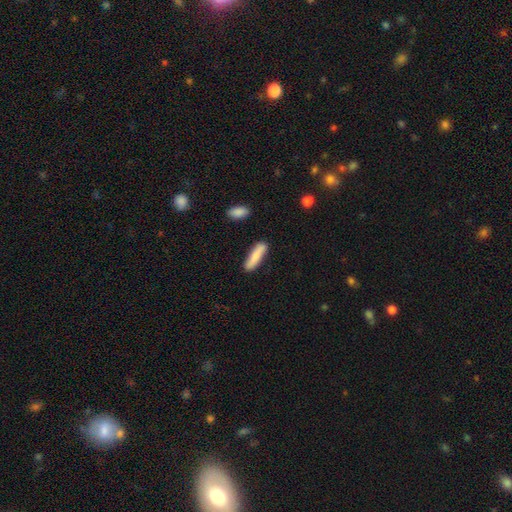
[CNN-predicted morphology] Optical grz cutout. It shows a smooth galaxy with no disk features (78%) that is cigar-shaped (73%). Merging: none (85%).